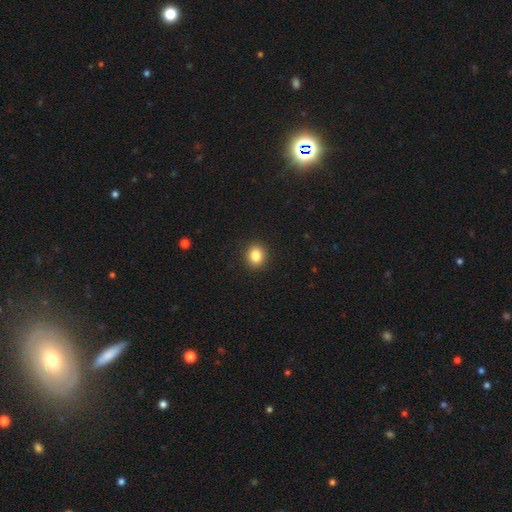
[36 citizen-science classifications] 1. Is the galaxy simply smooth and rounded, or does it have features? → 89% smooth, 8% featured or disk, 3% star or artifact.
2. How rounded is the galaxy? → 72% round, 25% in between, 3% cigar-shaped.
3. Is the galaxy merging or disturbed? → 89% none, 11% minor disturbance, 0% major disturbance, 0% merger.